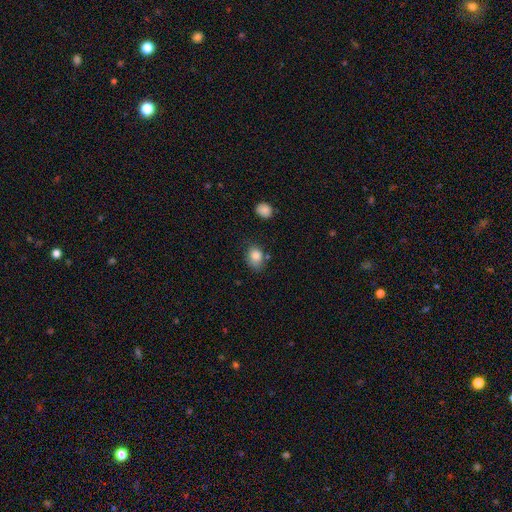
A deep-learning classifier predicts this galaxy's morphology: Smooth or featured?
  - smooth: 84% *
  - star or artifact: 9%
  - featured or disk: 6%
How rounded?
  - in between: 55% *
  - round: 44%
  - cigar-shaped: 1%
Merging?
  - none: 60% *
  - minor disturbance: 28%
  - major disturbance: 7%
  - merger: 5%